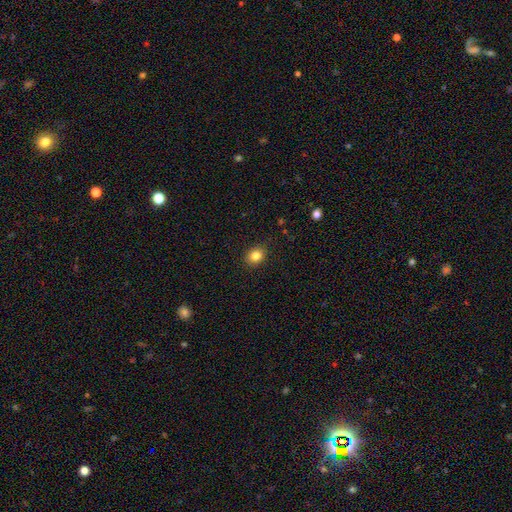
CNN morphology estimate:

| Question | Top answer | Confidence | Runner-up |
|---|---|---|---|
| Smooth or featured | smooth | 83% | star or artifact (10%) |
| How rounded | round | 55% | in between (45%) |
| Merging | none | 88% | minor disturbance (9%) |